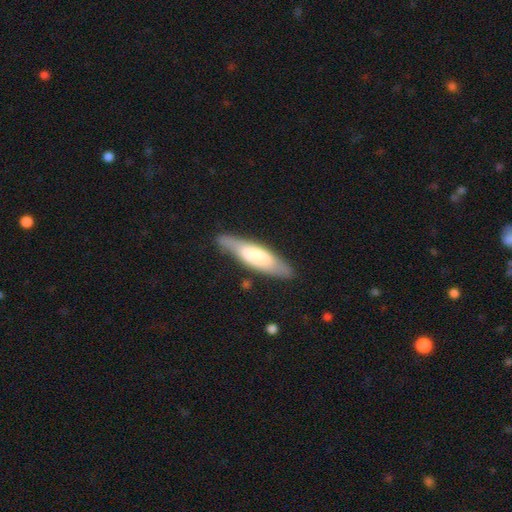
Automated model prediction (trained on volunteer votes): Morphology: type=smooth (54%); roundness=cigar-shaped (66%); merging=none (78%).